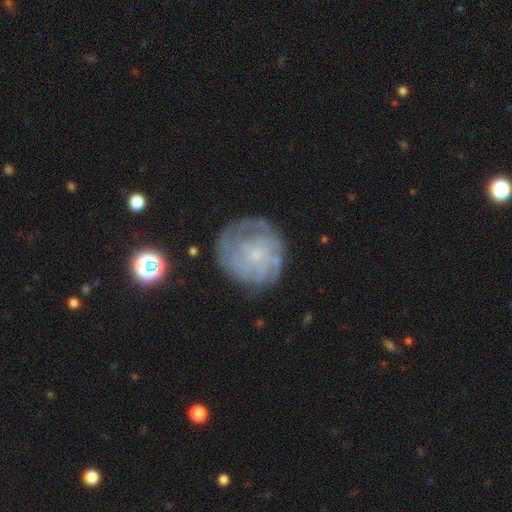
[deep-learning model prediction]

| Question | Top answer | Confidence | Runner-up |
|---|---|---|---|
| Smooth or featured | featured or disk | 69% | smooth (21%) |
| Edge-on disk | no | 97% | yes (3%) |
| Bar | no | 77% | weak (20%) |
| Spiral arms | yes | 85% | no (15%) |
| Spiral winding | tight | 62% | medium (27%) |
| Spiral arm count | can't tell | 47% | 4 (15%) |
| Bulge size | small | 72% | none (14%) |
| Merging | none | 71% | minor disturbance (18%) |